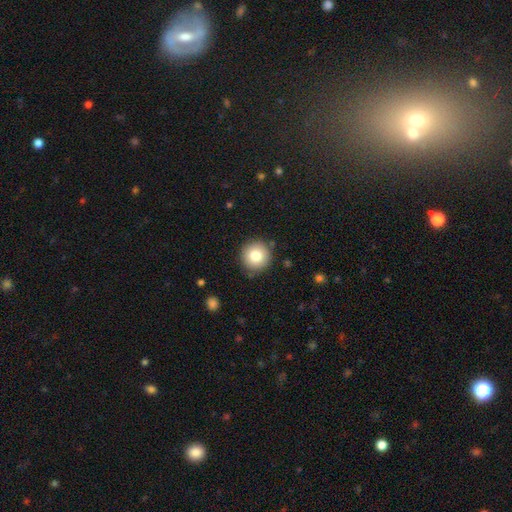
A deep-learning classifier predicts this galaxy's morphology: type=smooth (80%); roundness=round (95%); merging=none (86%).